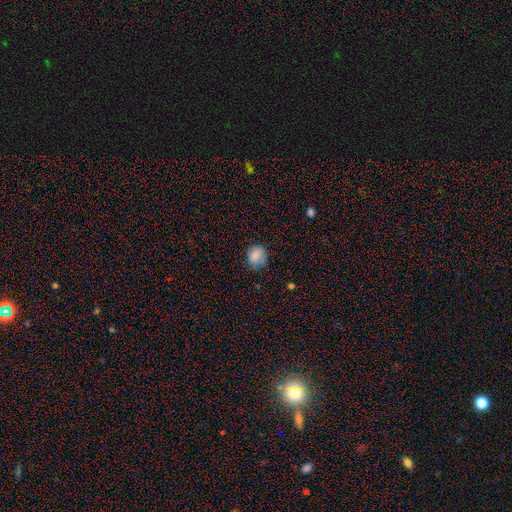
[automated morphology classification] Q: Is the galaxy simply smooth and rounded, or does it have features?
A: smooth — 81%.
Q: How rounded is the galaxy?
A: round — 64%.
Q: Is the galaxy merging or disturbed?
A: none — 72%.